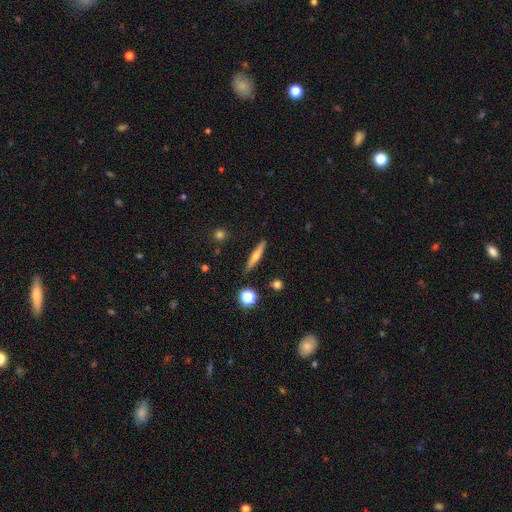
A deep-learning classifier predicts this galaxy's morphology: smooth_or_featured: smooth (p=0.50) [alt: featured or disk p=0.41]
how_rounded: cigar-shaped (p=0.86) [alt: in between p=0.11]
merging: none (p=0.88) [alt: minor disturbance p=0.08]